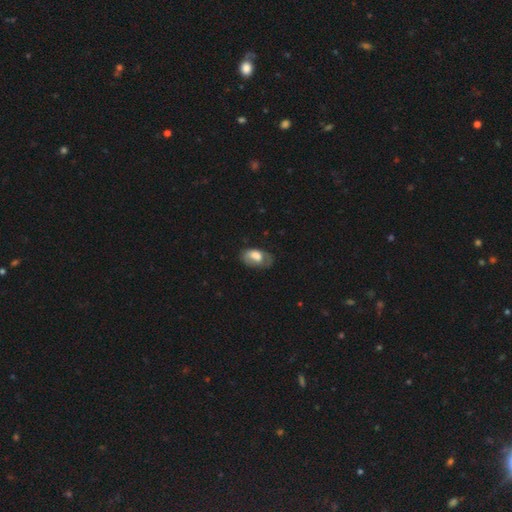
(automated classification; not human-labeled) smooth 62%, featured or disk 31%, star or artifact 7%. Down the decision tree: how rounded — in between (91%); merging — none (53%).